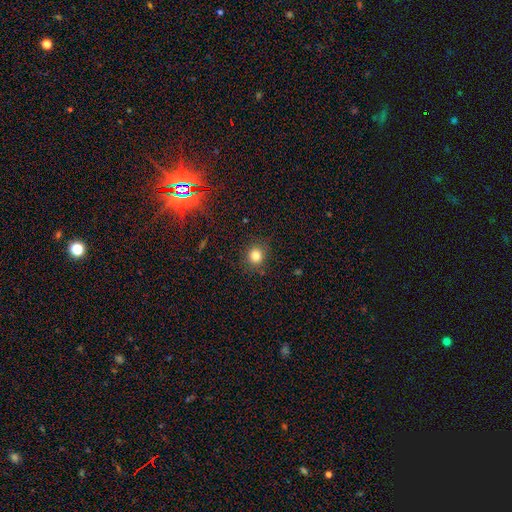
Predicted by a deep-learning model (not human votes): Q: Smooth or featured?
A: smooth (82%); runner-up: star or artifact (13%)
Q: How rounded?
A: round (84%); runner-up: in between (15%)
Q: Merging?
A: none (86%); runner-up: minor disturbance (10%)